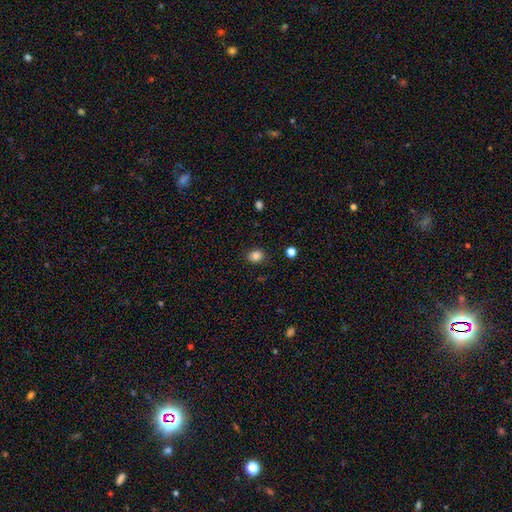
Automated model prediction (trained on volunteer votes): This is clearly a smooth galaxy (85%). How rounded: likely round (60%). Merging: clearly none (86%).